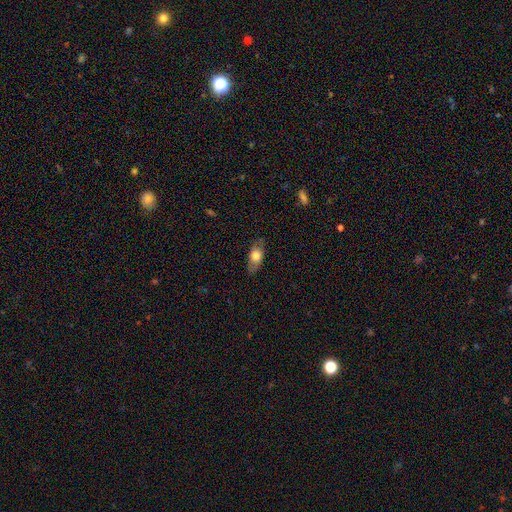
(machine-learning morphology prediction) A smooth galaxy with no disk features (65%) that is in between round and cigar-shaped (82%).

Vote fractions:
- Smooth or featured? smooth: 65% / featured or disk: 28% / star or artifact: 7%
- How rounded? in between: 82% / cigar-shaped: 12% / round: 6%
- Merging? none: 80% / minor disturbance: 15% / major disturbance: 4% / merger: 1%